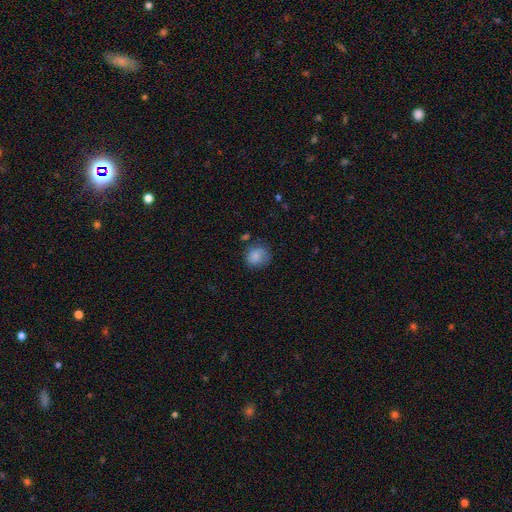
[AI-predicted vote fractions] This is clearly a smooth galaxy (83%). How rounded: likely round (78%). Merging: likely none (66%).